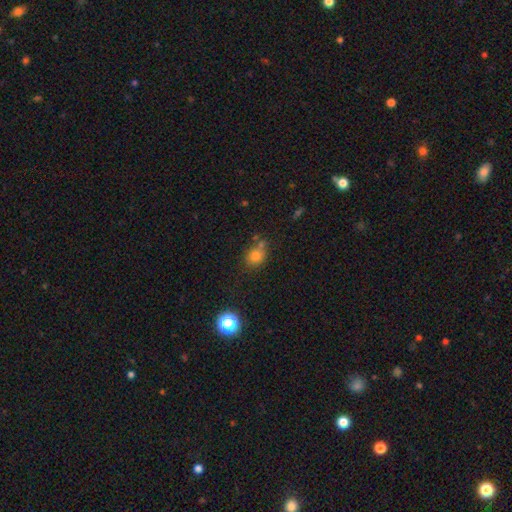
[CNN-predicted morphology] This is likely a smooth galaxy (77%). How rounded: likely round (65%). Merging: likely none (61%).